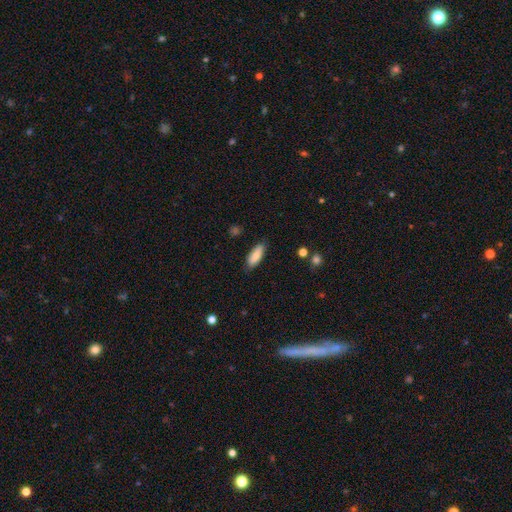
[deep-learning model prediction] This is clearly a smooth galaxy (85%). How rounded: likely in between (66%). Merging: clearly none (82%).